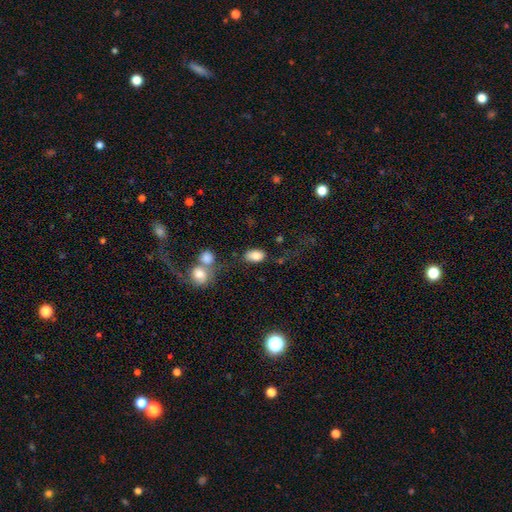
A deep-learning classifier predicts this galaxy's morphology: Smooth or featured: smooth — 82% (featured or disk — 9%)
How rounded: in between — 88% (round — 10%)
Merging: none — 69% (minor disturbance — 14%)